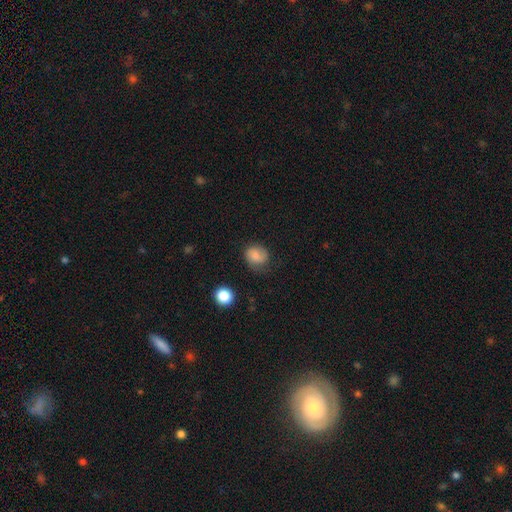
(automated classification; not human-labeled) This appears to be a smooth galaxy with no disk features (69%) that is round (67%). Merging: none (64%).